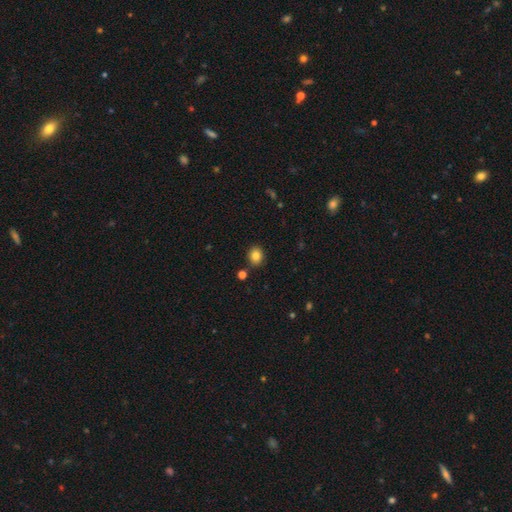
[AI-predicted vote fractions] smooth_or_featured: smooth (p=0.83) [alt: star or artifact p=0.11]
how_rounded: round (p=0.68) [alt: in between p=0.31]
merging: none (p=0.86) [alt: minor disturbance p=0.08]